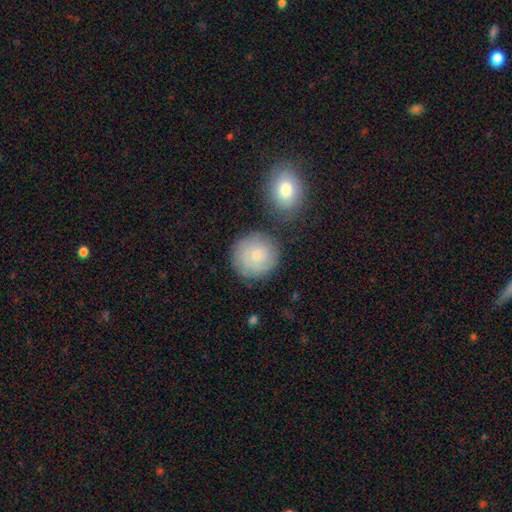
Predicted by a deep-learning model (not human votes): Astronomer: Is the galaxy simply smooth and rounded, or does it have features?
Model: smooth — 68%.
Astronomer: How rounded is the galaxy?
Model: round — 92%.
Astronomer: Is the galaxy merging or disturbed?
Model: none — 74%.